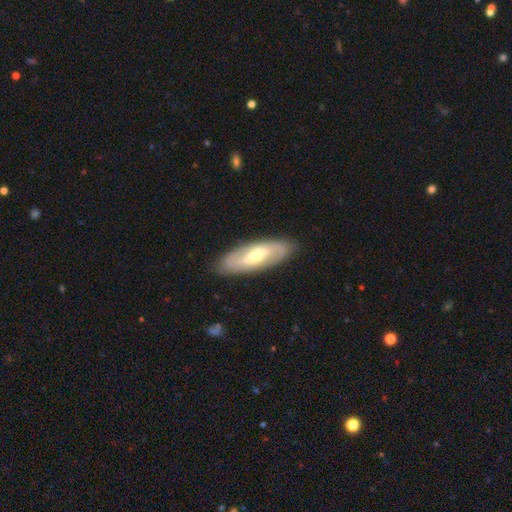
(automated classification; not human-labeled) smooth-or-featured: featured or disk: 64% | smooth: 31% | star or artifact: 5%
  disk-edge-on: no: 82% | yes: 18%
    bar: weak: 44% | no: 32% | strong: 24%
    has-spiral-arms: yes: 72% | no: 28%
    bulge-size: moderate: 62% | small: 30% | large: 5% | none: 1% | dominant: 1%
  merging: none: 87% | minor disturbance: 9% | major disturbance: 2% | merger: 1%